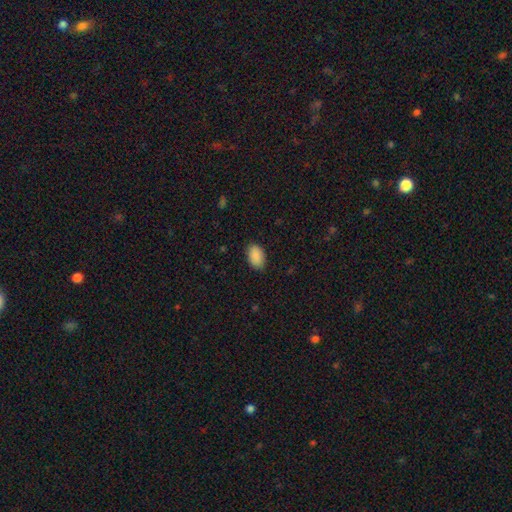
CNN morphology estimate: Smooth or featured: smooth — 89% (star or artifact — 7%)
How rounded: in between — 90% (round — 9%)
Merging: none — 83% (minor disturbance — 13%)